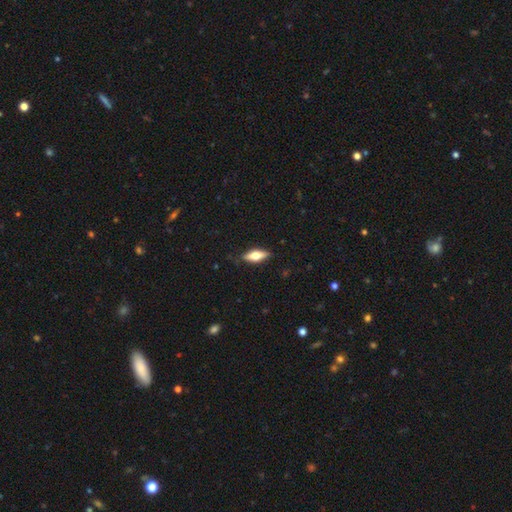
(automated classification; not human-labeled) Smooth or featured?
  - smooth: 53% *
  - featured or disk: 41%
  - star or artifact: 6%
How rounded?
  - in between: 62% *
  - cigar-shaped: 35%
  - round: 3%
Merging?
  - none: 84% *
  - minor disturbance: 12%
  - major disturbance: 2%
  - merger: 1%